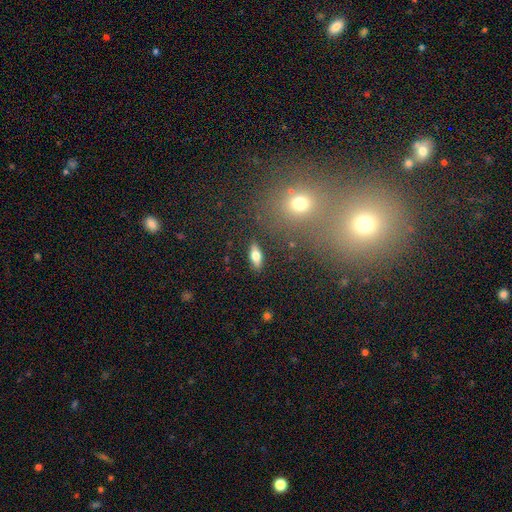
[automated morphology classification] Smooth or featured: smooth — 66% (featured or disk — 26%)
How rounded: in between — 72% (cigar-shaped — 24%)
Merging: none — 86% (minor disturbance — 9%)